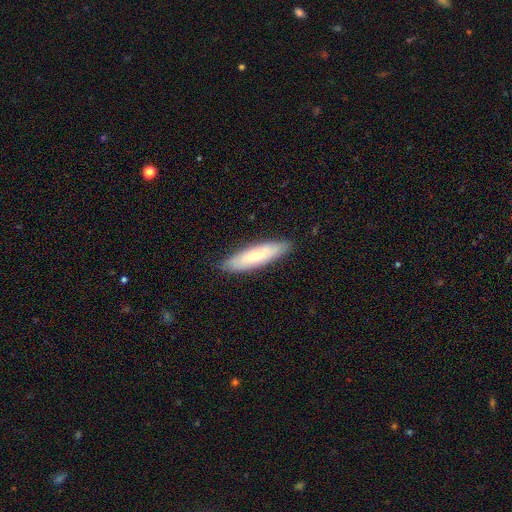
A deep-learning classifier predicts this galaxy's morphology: smooth 62%, featured or disk 33%, star or artifact 6%. Down the decision tree: how rounded — cigar-shaped (70%); merging — none (87%).